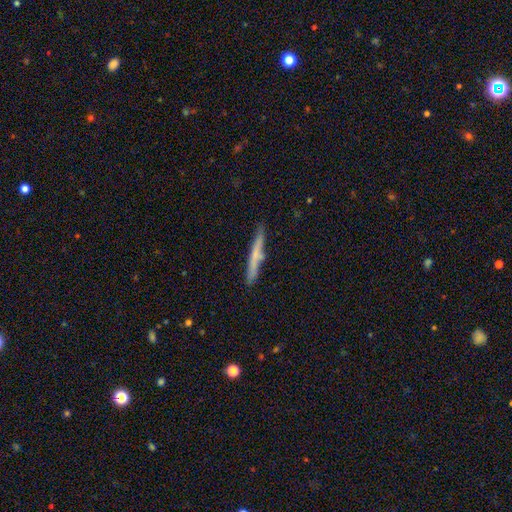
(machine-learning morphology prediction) Q: Smooth or featured?
A: smooth (55%); runner-up: featured or disk (39%)
Q: How rounded?
A: cigar-shaped (96%); runner-up: in between (3%)
Q: Merging?
A: none (82%); runner-up: minor disturbance (13%)